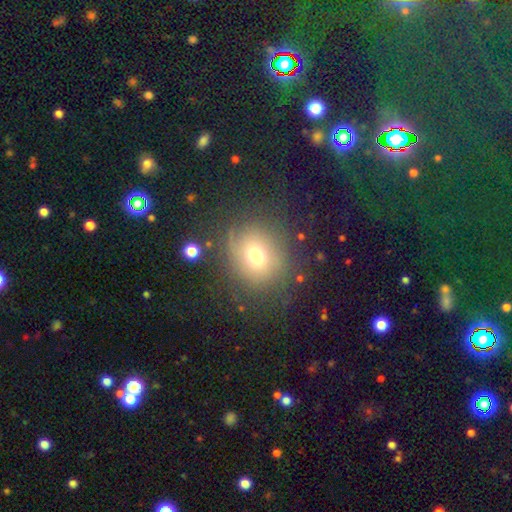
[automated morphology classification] type=smooth (64%); roundness=round (77%); merging=none (75%).